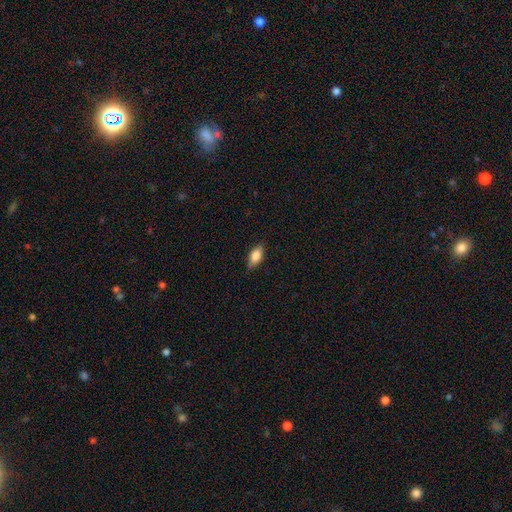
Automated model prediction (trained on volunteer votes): This appears to be a smooth galaxy with no disk features (78%) that is in between round and cigar-shaped (85%). Merging: none (78%).